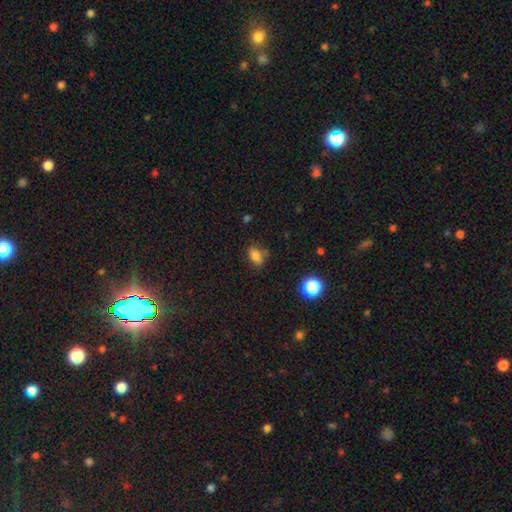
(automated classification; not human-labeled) Smooth or featured? smooth (79%)
How rounded? in between (83%)
Merging? none (66%)